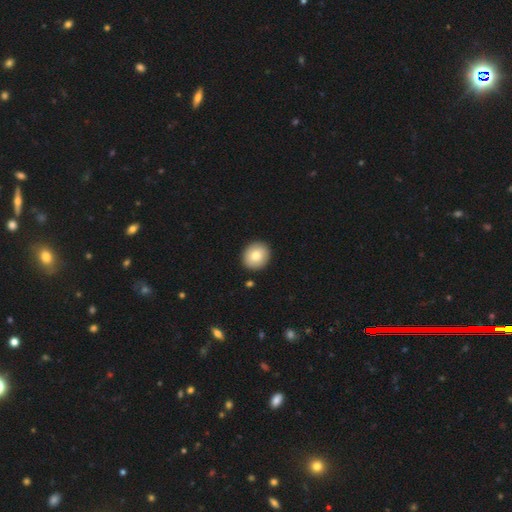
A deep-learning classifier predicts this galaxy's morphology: smooth 83%, featured or disk 10%, star or artifact 7%. Down the decision tree: how rounded — round (78%); merging — none (91%).